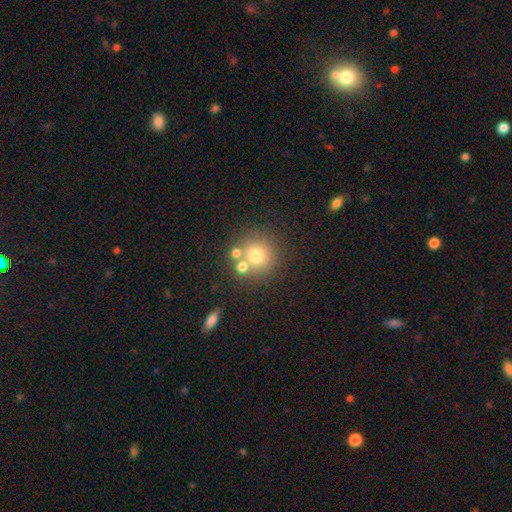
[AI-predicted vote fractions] This is likely a smooth galaxy (71%). How rounded: clearly round (91%). Merging: likely none (63%).